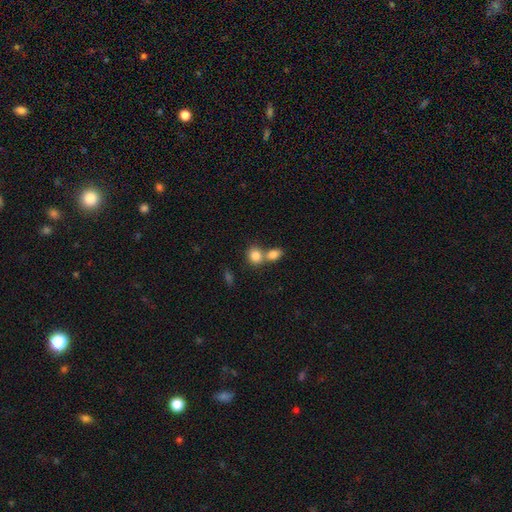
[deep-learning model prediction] smooth-or-featured: smooth: 83% | star or artifact: 9% | featured or disk: 8%
  how-rounded: round: 60% | in between: 39% | cigar-shaped: 1%
  merging: merger: 52% | none: 38% | minor disturbance: 7% | major disturbance: 3%